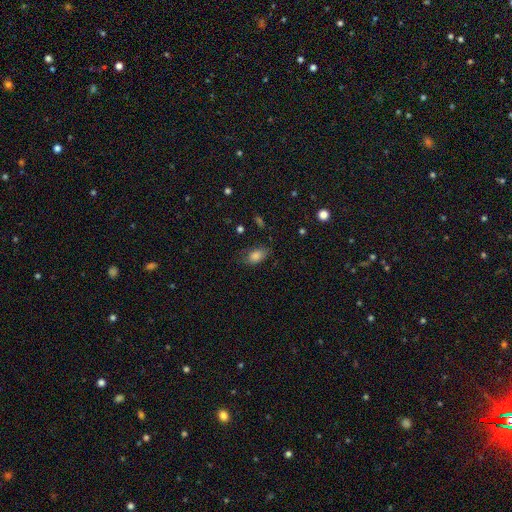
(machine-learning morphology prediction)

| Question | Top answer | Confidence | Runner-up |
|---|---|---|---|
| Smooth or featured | smooth | 81% | featured or disk (10%) |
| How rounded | in between | 89% | round (9%) |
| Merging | none | 69% | minor disturbance (23%) |